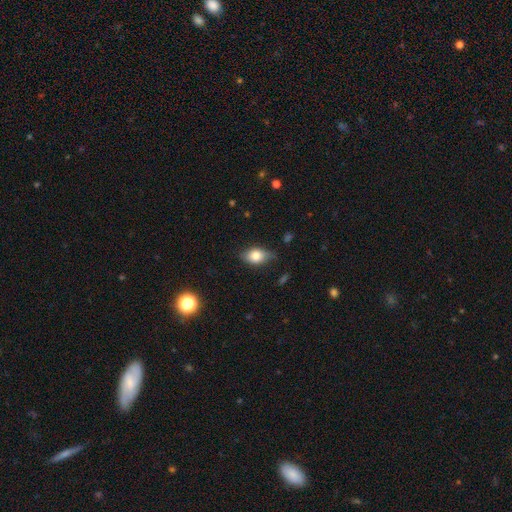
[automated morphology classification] The model was most divided on "merging": none: 69%, minor disturbance: 24%, major disturbance: 5%, merger: 2%. More confident: how rounded — in between (81%); smooth or featured — smooth (78%).